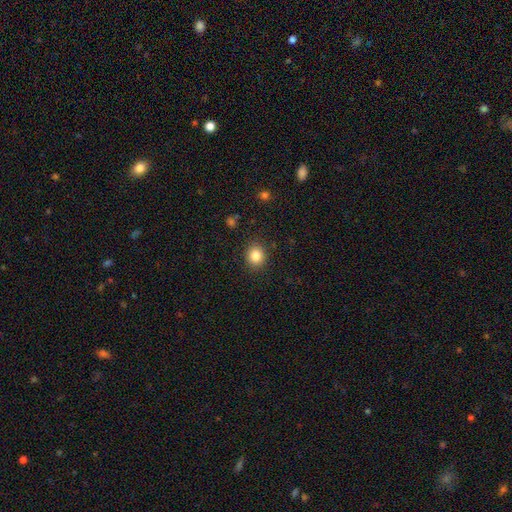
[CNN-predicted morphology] Overall: smooth (84%). How rounded: round (80%). Merging: none (89%).